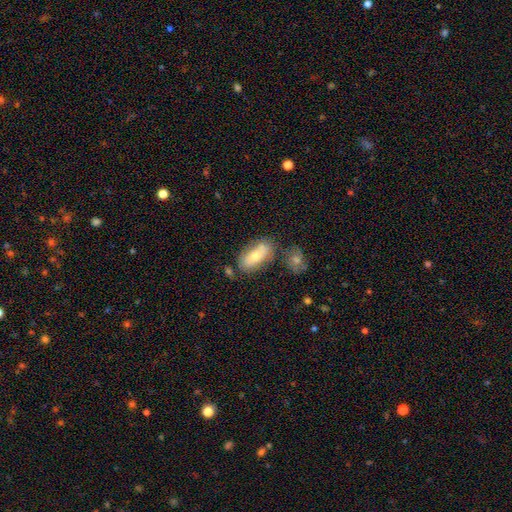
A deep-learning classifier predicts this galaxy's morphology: smooth 61%, featured or disk 31%, star or artifact 8%. Down the decision tree: how rounded — in between (86%); merging — none (63%).